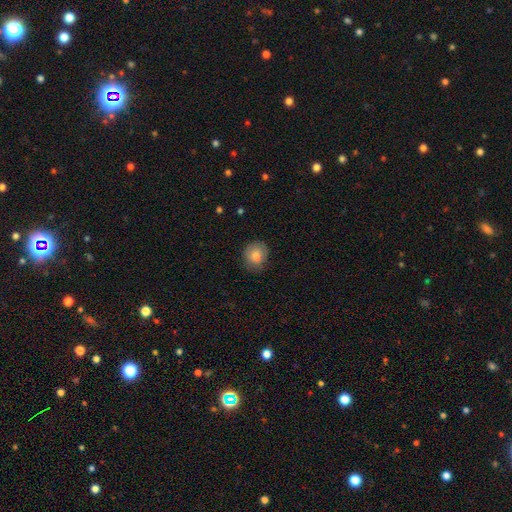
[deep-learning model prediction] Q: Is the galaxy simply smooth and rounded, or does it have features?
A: smooth — 80%.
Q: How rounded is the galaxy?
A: round — 72%.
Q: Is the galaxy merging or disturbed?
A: none — 75%.